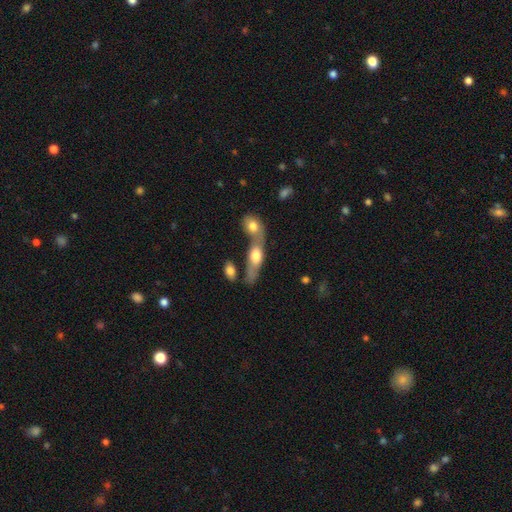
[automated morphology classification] smooth-or-featured: smooth: 57% | featured or disk: 37% | star or artifact: 6%
  how-rounded: in between: 59% | cigar-shaped: 35% | round: 6%
  merging: merger: 53% | none: 31% | minor disturbance: 10% | major disturbance: 6%